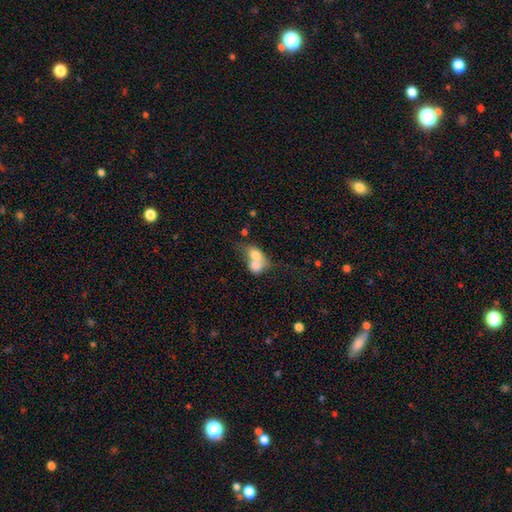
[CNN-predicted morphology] Smooth or featured? smooth (70%)
How rounded? in between (62%)
Merging? merger (76%)